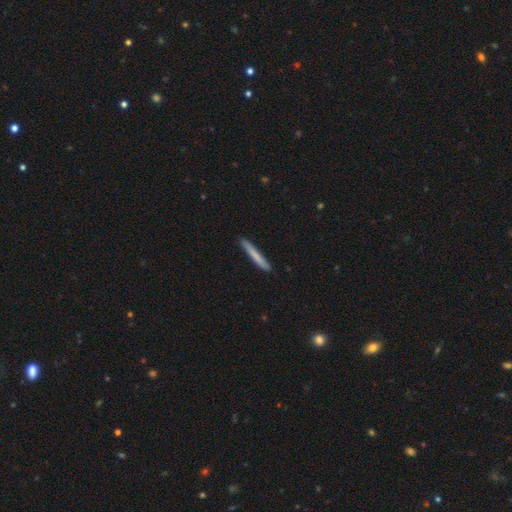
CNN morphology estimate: Smooth or featured?
  - smooth: 76% *
  - featured or disk: 19%
  - star or artifact: 5%
How rounded?
  - cigar-shaped: 96% *
  - in between: 2%
  - round: 1%
Merging?
  - none: 90% *
  - minor disturbance: 7%
  - major disturbance: 1%
  - merger: 1%